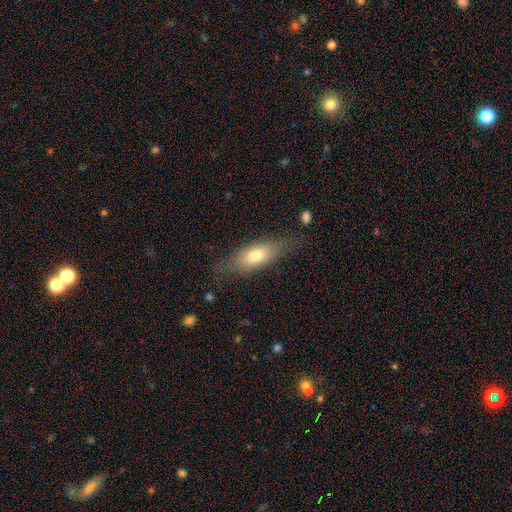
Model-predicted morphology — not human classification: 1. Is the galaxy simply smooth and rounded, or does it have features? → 69% smooth, 24% featured or disk, 7% star or artifact.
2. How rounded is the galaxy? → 70% in between, 26% cigar-shaped, 4% round.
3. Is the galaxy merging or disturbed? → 69% none, 21% minor disturbance, 8% major disturbance, 2% merger.